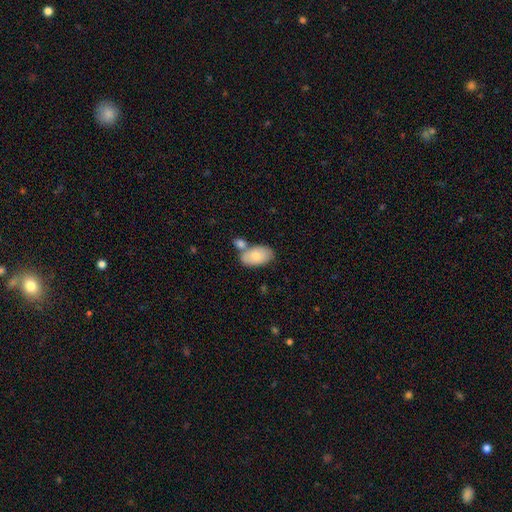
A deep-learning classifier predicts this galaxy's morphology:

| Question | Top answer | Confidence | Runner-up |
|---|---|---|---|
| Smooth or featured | smooth | 79% | featured or disk (15%) |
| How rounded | in between | 94% | round (4%) |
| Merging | none | 55% | merger (27%) |